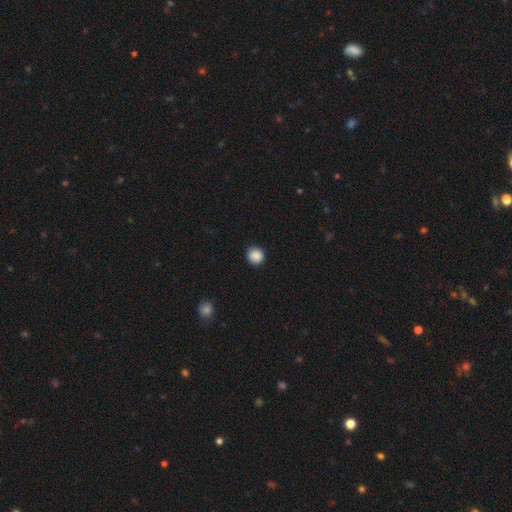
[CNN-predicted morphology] The model was most divided on "smooth or featured": smooth: 88%, star or artifact: 9%, featured or disk: 3%. More confident: how rounded — round (91%); merging — none (89%).